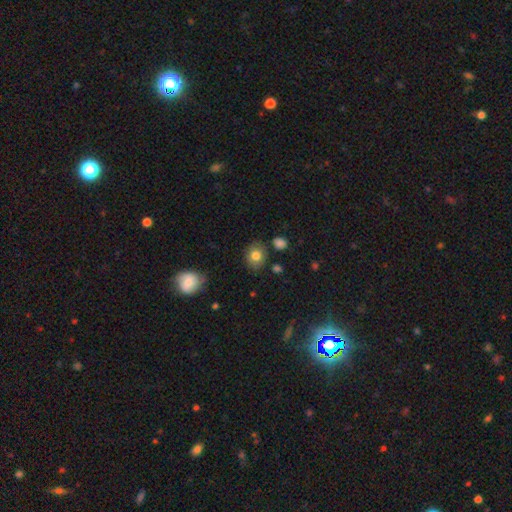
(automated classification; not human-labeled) Smooth or featured? Predicted: smooth (p=0.81). How rounded? Predicted: round (p=0.53). Merging? Predicted: none (p=0.81).